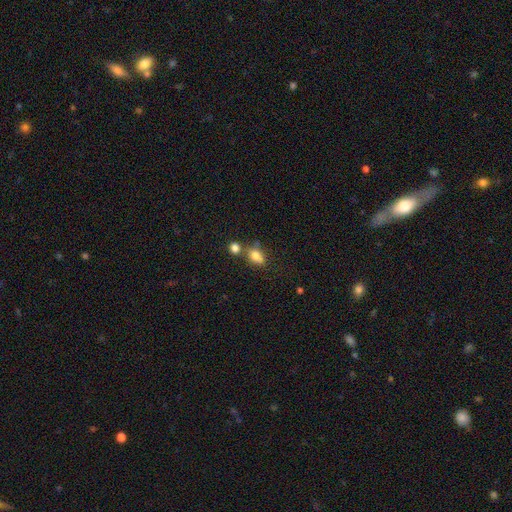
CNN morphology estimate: A smooth galaxy with no disk features (79%) that is in between round and cigar-shaped (74%). Merging: none (51%).